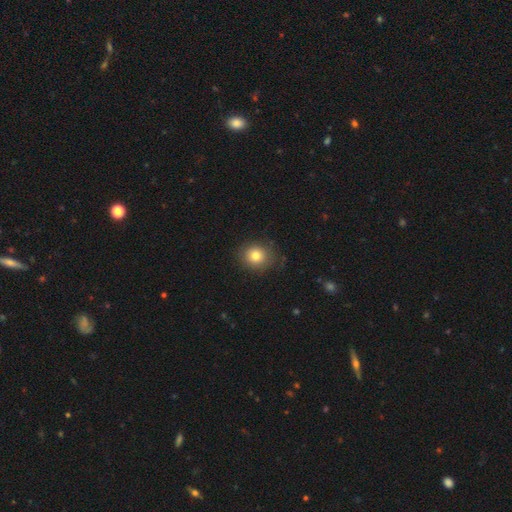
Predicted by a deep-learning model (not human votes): A smooth galaxy with no disk features (79%) that is round (80%).

Vote fractions:
- Smooth or featured? smooth: 79% / star or artifact: 11% / featured or disk: 9%
- How rounded? round: 80% / in between: 20% / cigar-shaped: 1%
- Merging? none: 83% / minor disturbance: 12% / major disturbance: 4% / merger: 1%